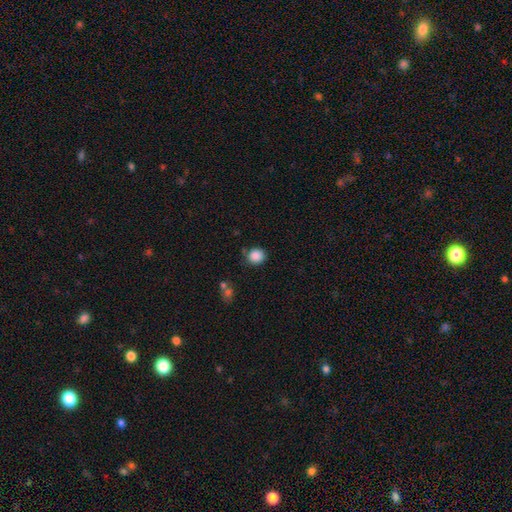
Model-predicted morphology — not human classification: smooth 87%, star or artifact 9%, featured or disk 3%. Down the decision tree: how rounded — round (83%); merging — none (76%).